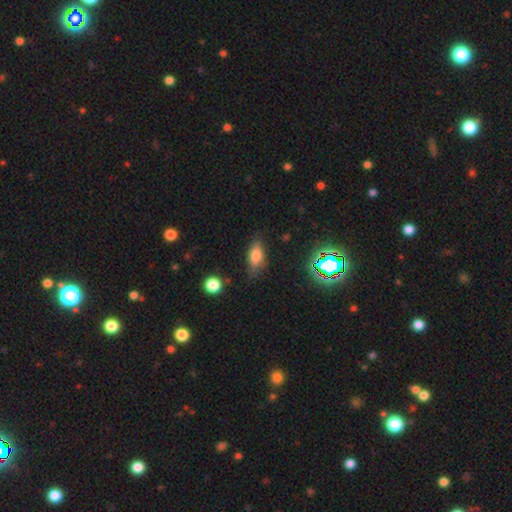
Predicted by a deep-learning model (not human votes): smooth 69%, featured or disk 18%, star or artifact 13%. Down the decision tree: how rounded — in between (79%); merging — none (75%).